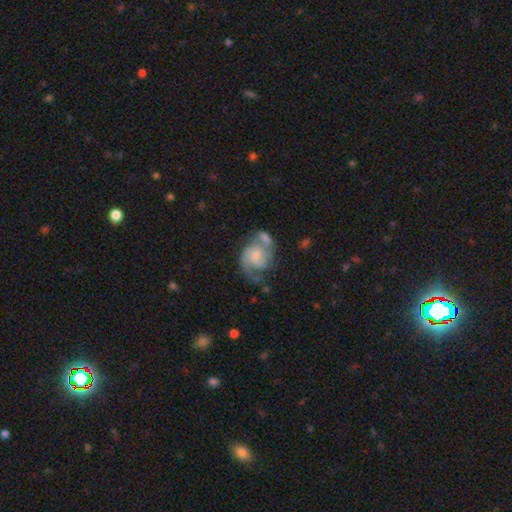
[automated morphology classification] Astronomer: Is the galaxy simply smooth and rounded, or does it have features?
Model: featured or disk — 80%.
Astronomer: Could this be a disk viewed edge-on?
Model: no — 98%.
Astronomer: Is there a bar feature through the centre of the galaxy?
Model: no — 70%.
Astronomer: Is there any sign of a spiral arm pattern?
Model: yes — 94%.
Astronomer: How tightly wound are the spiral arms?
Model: medium — 49% (runner-up: tight, 26%).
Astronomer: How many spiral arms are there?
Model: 2 — 74%.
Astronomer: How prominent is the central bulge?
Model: small — 53% (runner-up: moderate, 34%).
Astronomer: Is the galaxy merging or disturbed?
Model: none — 39% (runner-up: merger, 26%).